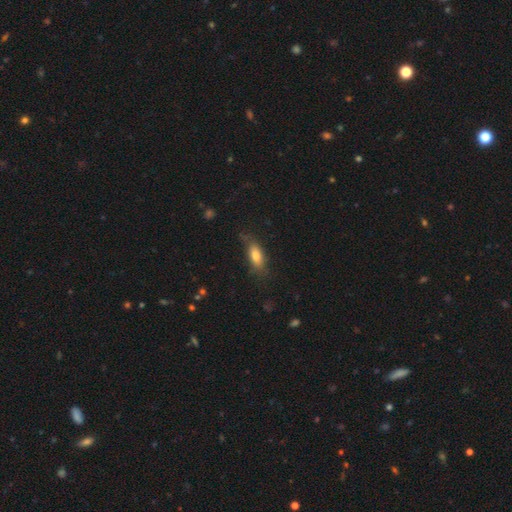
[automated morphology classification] Smooth or featured: smooth — 77% (featured or disk — 16%)
How rounded: in between — 74% (cigar-shaped — 23%)
Merging: none — 68% (minor disturbance — 23%)